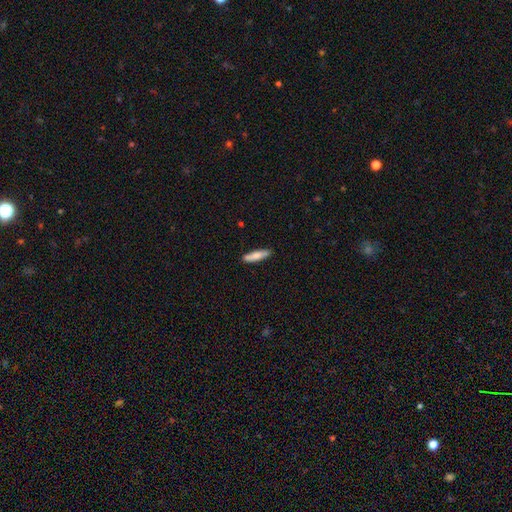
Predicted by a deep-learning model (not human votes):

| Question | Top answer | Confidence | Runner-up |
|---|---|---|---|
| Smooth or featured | smooth | 78% | featured or disk (16%) |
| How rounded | cigar-shaped | 78% | in between (21%) |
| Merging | none | 85% | minor disturbance (11%) |